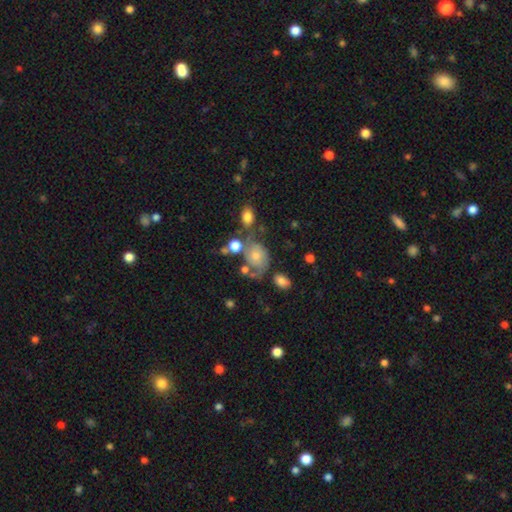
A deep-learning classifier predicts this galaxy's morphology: This is marginally a smooth galaxy (45%). Merging: marginally none (34%).